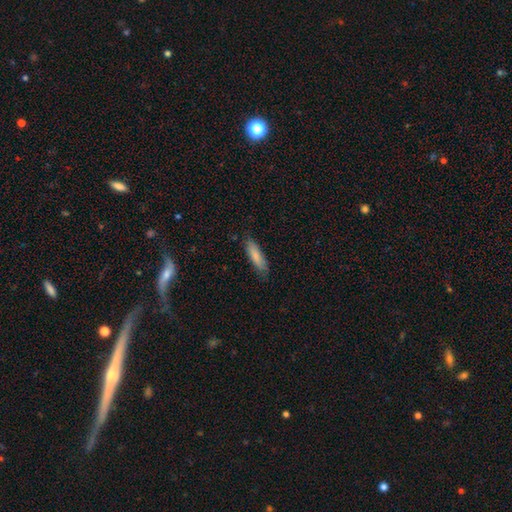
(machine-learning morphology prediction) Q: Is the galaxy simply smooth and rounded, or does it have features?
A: smooth — 82%.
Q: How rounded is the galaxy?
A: cigar-shaped — 63%.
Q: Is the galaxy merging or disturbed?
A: none — 80%.